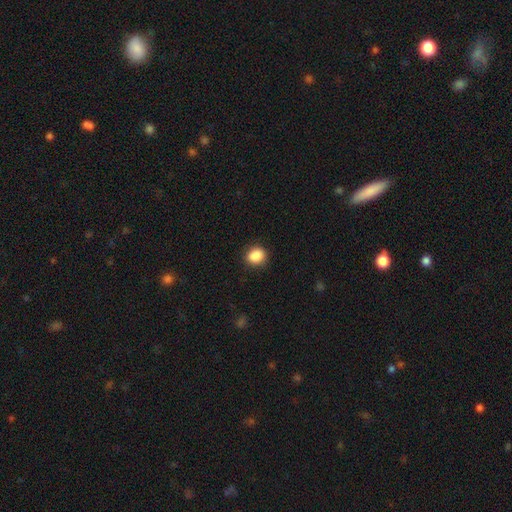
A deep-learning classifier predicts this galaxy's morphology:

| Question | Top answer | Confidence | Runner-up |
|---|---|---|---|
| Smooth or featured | smooth | 88% | star or artifact (9%) |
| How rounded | round | 61% | in between (38%) |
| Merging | none | 86% | minor disturbance (10%) |